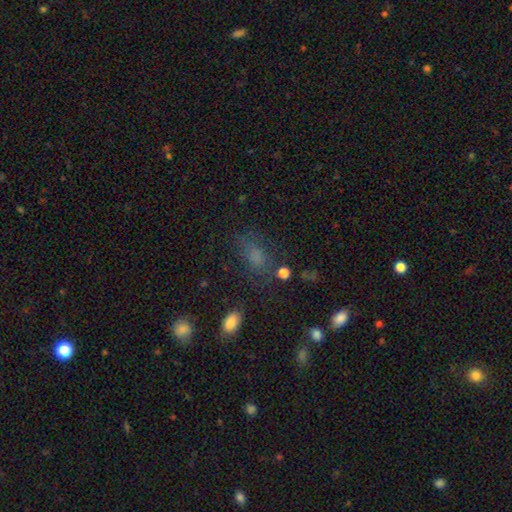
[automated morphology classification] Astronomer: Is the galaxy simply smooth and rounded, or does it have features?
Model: smooth — 64%.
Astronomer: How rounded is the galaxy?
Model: in between — 77%.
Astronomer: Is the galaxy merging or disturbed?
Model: none — 60%.